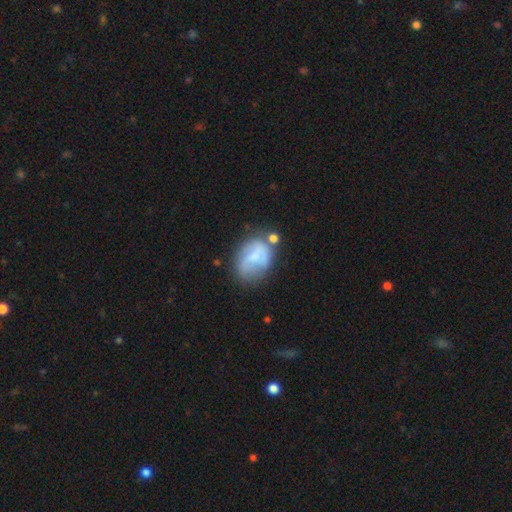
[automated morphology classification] smooth-or-featured: smooth: 49% | featured or disk: 42% | star or artifact: 9%
  merging: none: 41% | minor disturbance: 28% | major disturbance: 18% | merger: 13%